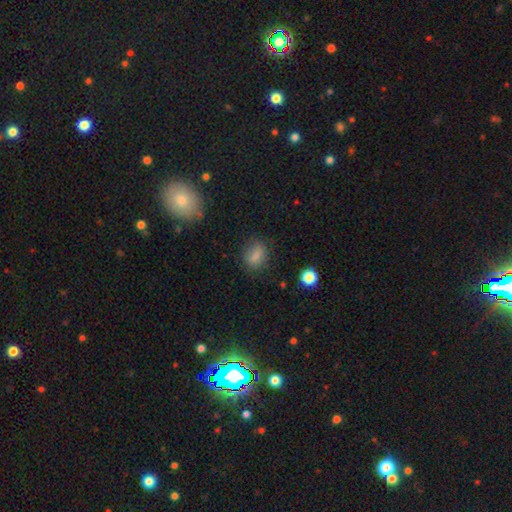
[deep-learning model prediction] Morphology: type=smooth (82%); roundness=in between (69%); merging=none (74%).